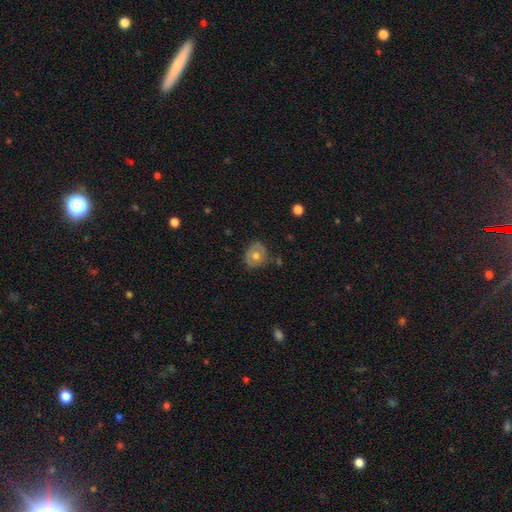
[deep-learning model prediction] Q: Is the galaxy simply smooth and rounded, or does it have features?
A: smooth — 51%.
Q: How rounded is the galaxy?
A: round — 72%.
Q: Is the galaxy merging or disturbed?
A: none — 76%.